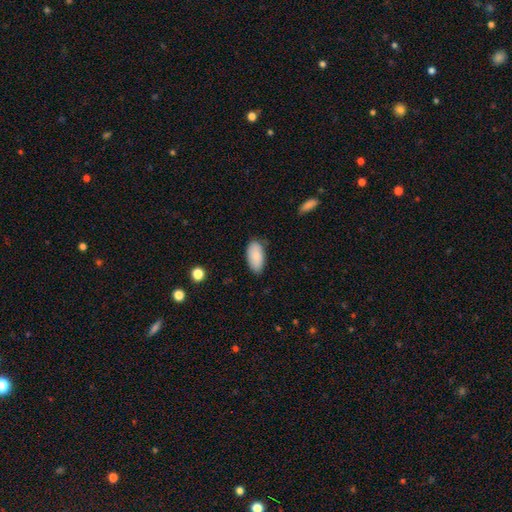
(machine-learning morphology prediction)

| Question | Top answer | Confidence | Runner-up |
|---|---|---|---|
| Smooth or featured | smooth | 86% | featured or disk (8%) |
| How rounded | in between | 94% | cigar-shaped (4%) |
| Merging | none | 77% | minor disturbance (19%) |